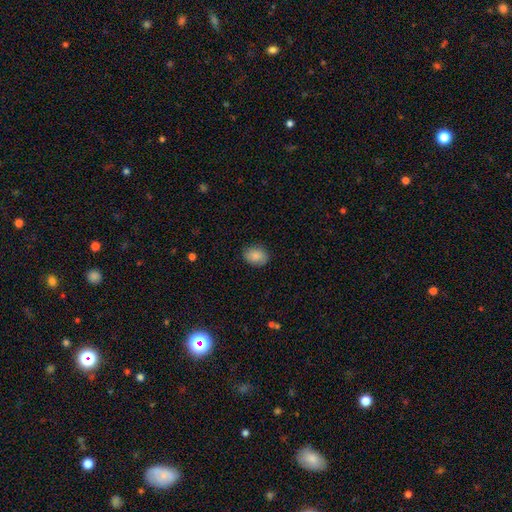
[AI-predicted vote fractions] smooth 87%, star or artifact 7%, featured or disk 6%. Down the decision tree: how rounded — in between (65%); merging — none (86%).